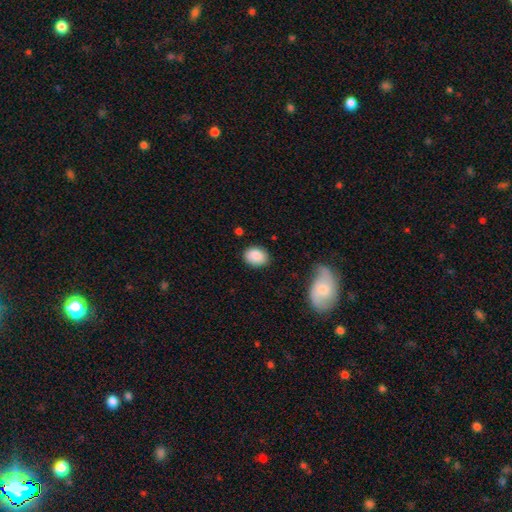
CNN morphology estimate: This appears to be a smooth galaxy with no disk features (87%) that is in between round and cigar-shaped (62%). Merging: none (81%).